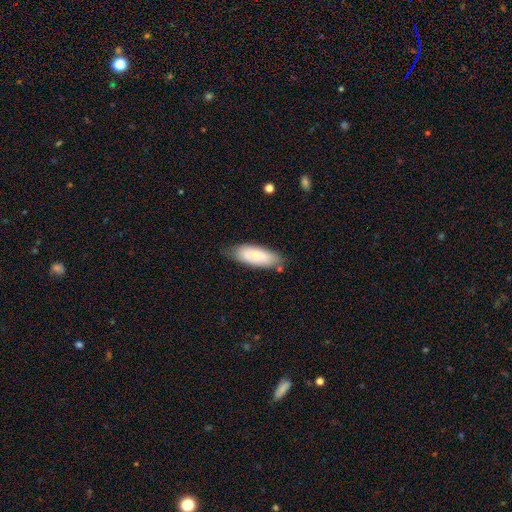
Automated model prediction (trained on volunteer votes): smooth_or_featured: smooth (p=0.73) [alt: featured or disk p=0.21]
how_rounded: in between (p=0.73) [alt: cigar-shaped p=0.26]
merging: none (p=0.72) [alt: minor disturbance p=0.21]